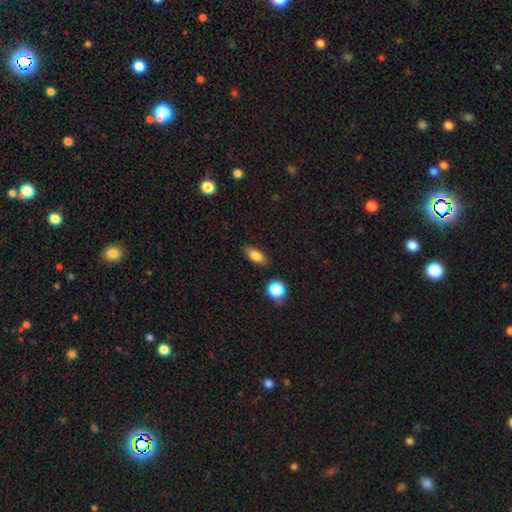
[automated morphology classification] smooth 83%, star or artifact 9%, featured or disk 8%. Down the decision tree: how rounded — in between (84%); merging — none (84%).